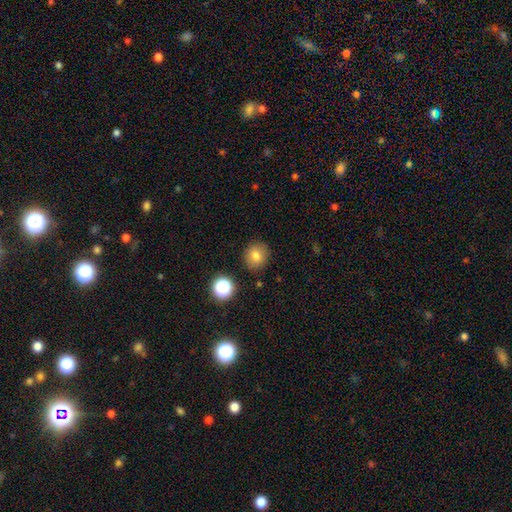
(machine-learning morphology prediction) A smooth galaxy with no disk features (79%) that is round (81%). Merging: none (87%).